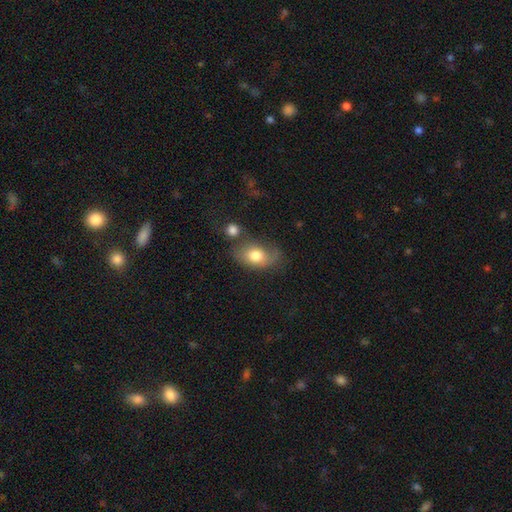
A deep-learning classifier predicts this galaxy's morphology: Smooth or featured?
  - smooth: 73% *
  - featured or disk: 19%
  - star or artifact: 8%
How rounded?
  - in between: 80% *
  - round: 19%
  - cigar-shaped: 2%
Merging?
  - none: 45% *
  - minor disturbance: 27%
  - major disturbance: 15%
  - merger: 12%